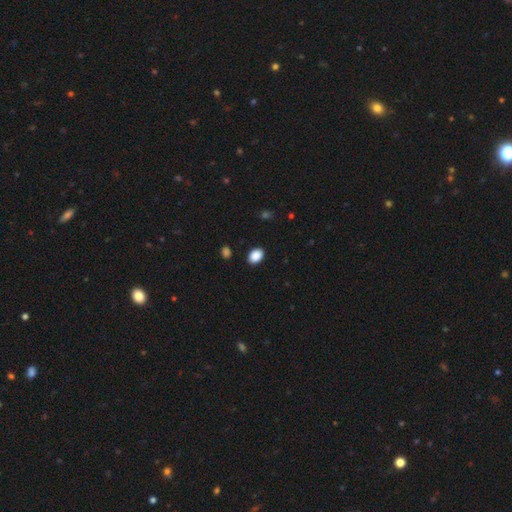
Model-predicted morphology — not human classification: type=smooth (89%); roundness=in between (76%); merging=none (88%).